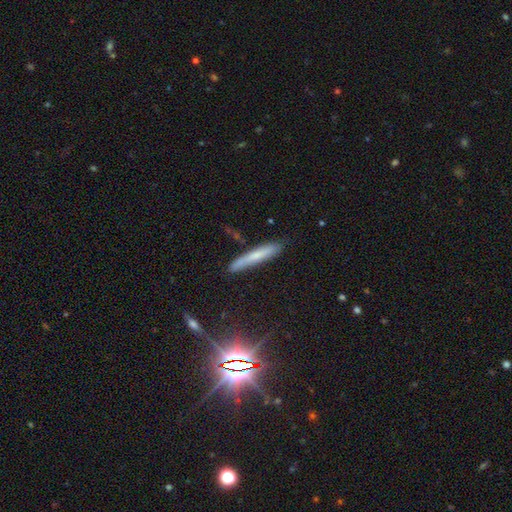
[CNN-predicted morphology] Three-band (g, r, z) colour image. It shows a smooth galaxy with no disk features (57%) that is cigar-shaped (94%). Merging: none (78%).